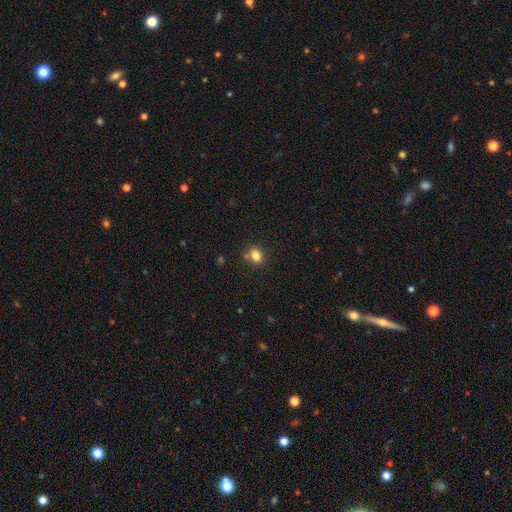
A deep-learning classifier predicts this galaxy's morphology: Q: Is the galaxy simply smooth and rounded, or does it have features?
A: smooth — 82%.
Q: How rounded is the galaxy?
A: round — 54%.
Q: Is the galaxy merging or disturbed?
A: none — 71%.